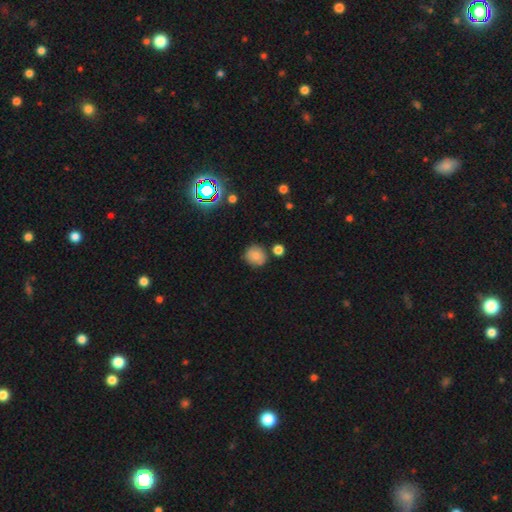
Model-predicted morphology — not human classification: Overall: smooth (81%). How rounded: round (84%). Merging: none (78%).